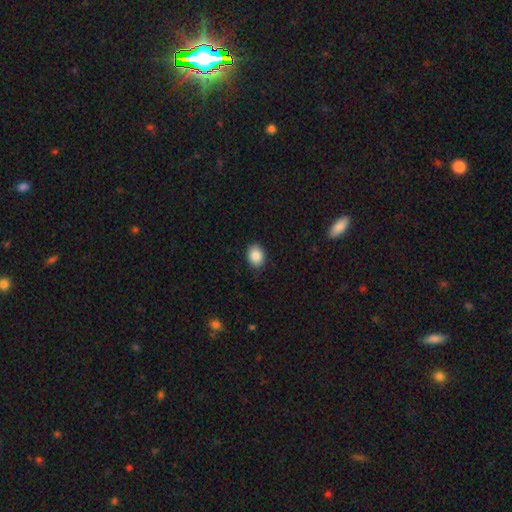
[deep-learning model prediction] smooth-or-featured: smooth: 86% | star or artifact: 8% | featured or disk: 5%
  how-rounded: in between: 60% | round: 39% | cigar-shaped: 1%
  merging: none: 86% | minor disturbance: 11% | major disturbance: 2% | merger: 1%